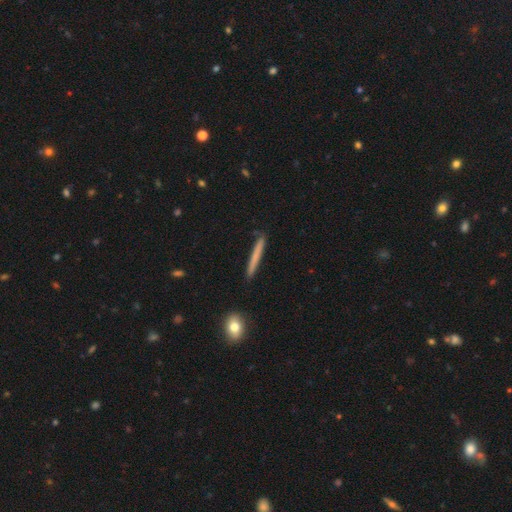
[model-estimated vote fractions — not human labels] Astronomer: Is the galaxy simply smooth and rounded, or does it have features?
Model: smooth — 66%.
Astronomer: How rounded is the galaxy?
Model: cigar-shaped — 97%.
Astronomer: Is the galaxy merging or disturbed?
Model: none — 89%.